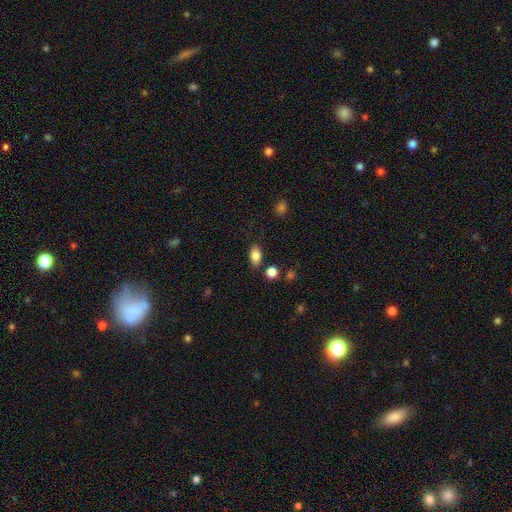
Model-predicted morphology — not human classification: A smooth galaxy with no disk features (84%) that is in between round and cigar-shaped (88%).

Vote fractions:
- Smooth or featured? smooth: 84% / star or artifact: 9% / featured or disk: 7%
- How rounded? in between: 88% / round: 9% / cigar-shaped: 3%
- Merging? none: 79% / minor disturbance: 13% / merger: 5% / major disturbance: 3%